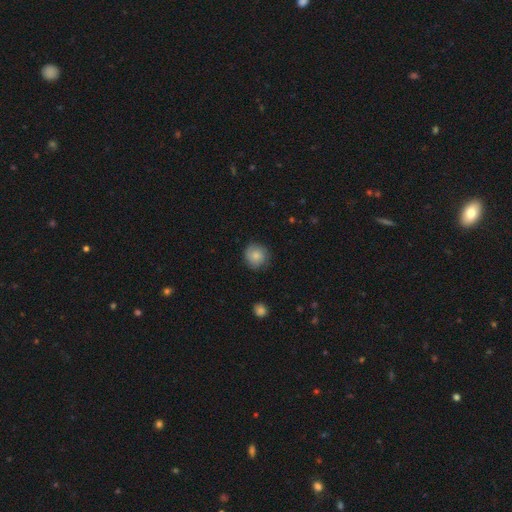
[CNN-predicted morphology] This is clearly a smooth galaxy (80%). How rounded: clearly round (91%). Merging: clearly none (81%).